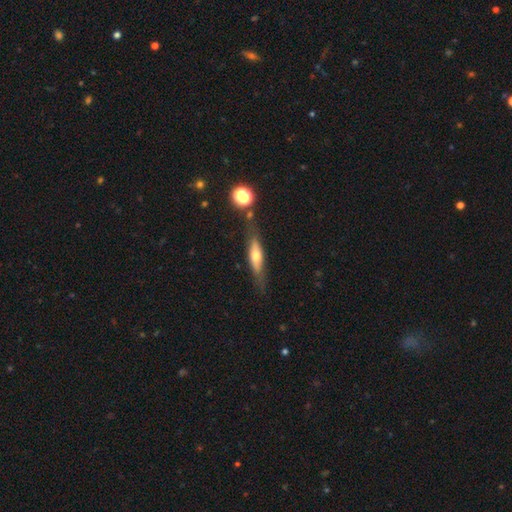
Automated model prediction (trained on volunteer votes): smooth_or_featured: featured or disk (p=0.47) [alt: smooth p=0.45]
merging: none (p=0.70) [alt: minor disturbance p=0.18]